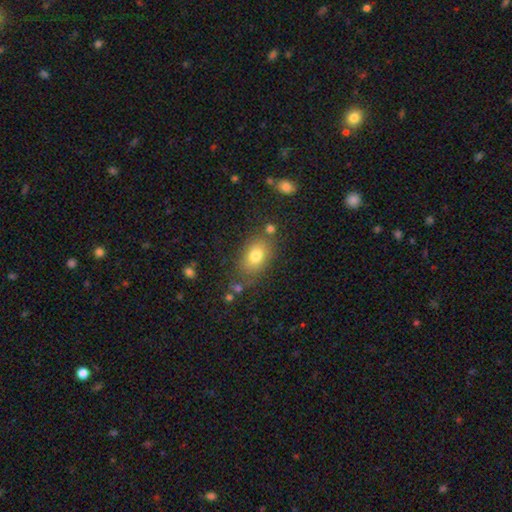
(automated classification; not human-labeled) smooth 78%, featured or disk 12%, star or artifact 10%. Down the decision tree: how rounded — in between (81%); merging — none (74%).